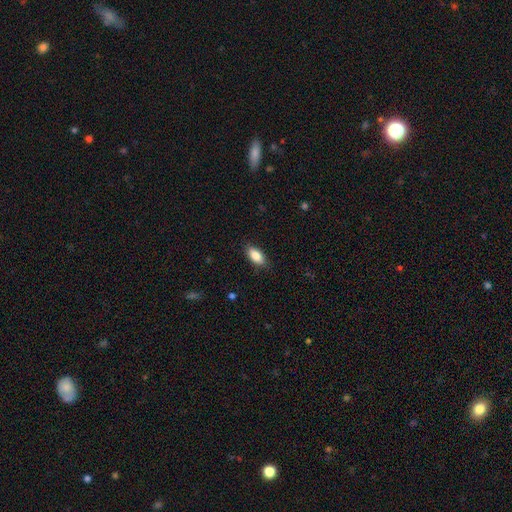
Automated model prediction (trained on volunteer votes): A smooth galaxy with no disk features (85%) that is in between round and cigar-shaped (88%). Merging: none (86%).